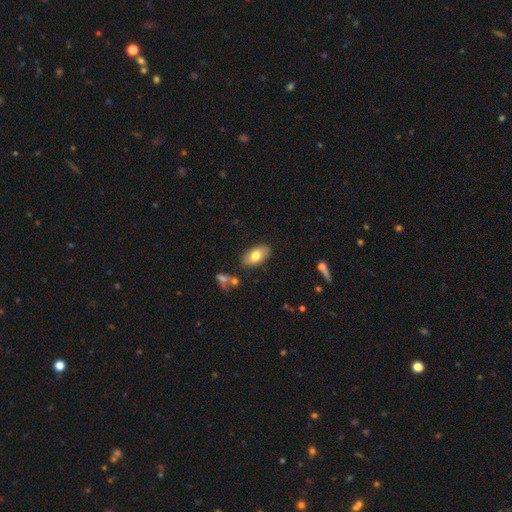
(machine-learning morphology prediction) smooth_or_featured: smooth (p=0.75) [alt: featured or disk p=0.18]
how_rounded: in between (p=0.93) [alt: round p=0.04]
merging: none (p=0.83) [alt: minor disturbance p=0.11]